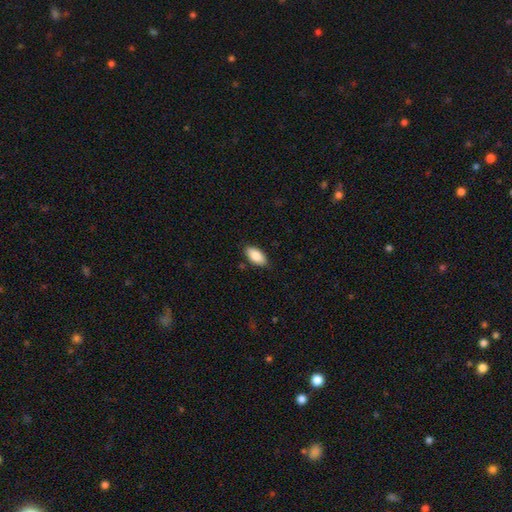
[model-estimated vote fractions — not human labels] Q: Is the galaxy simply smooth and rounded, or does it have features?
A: smooth — 85%.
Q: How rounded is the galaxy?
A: in between — 92%.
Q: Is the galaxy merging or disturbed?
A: none — 85%.